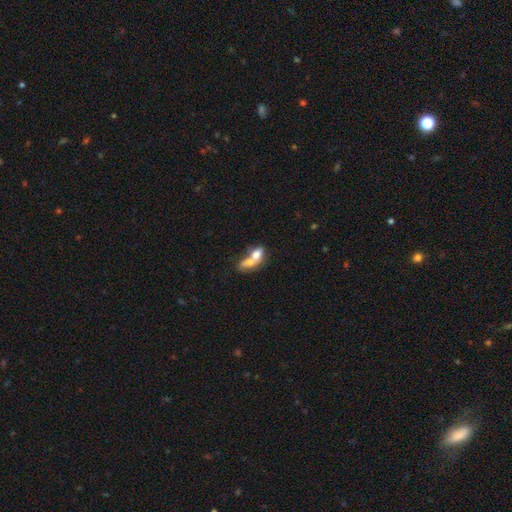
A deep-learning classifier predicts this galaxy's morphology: smooth-or-featured: smooth: 63% | featured or disk: 29% | star or artifact: 9%
  how-rounded: in between: 73% | round: 15% | cigar-shaped: 12%
  merging: merger: 68% | none: 16% | major disturbance: 9% | minor disturbance: 8%